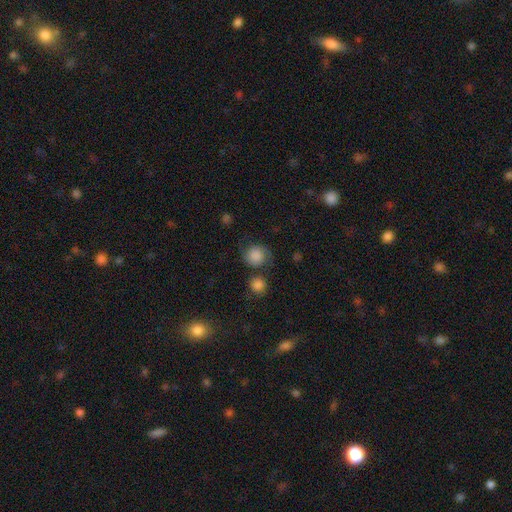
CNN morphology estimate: A smooth galaxy with no disk features (73%) that is round (87%).

Vote fractions:
- Smooth or featured? smooth: 73% / featured or disk: 17% / star or artifact: 10%
- How rounded? round: 87% / in between: 12% / cigar-shaped: 1%
- Merging? none: 61% / minor disturbance: 18% / merger: 11% / major disturbance: 9%